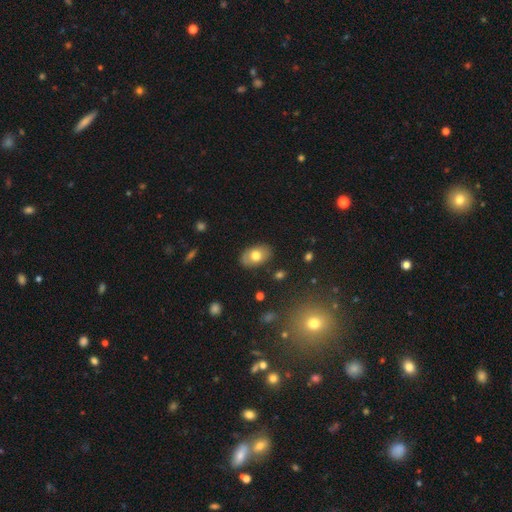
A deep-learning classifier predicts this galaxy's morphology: A smooth galaxy with no disk features (73%) that is in between round and cigar-shaped (89%).

Vote fractions:
- Smooth or featured? smooth: 73% / featured or disk: 20% / star or artifact: 8%
- How rounded? in between: 89% / round: 10% / cigar-shaped: 1%
- Merging? none: 84% / minor disturbance: 12% / major disturbance: 3% / merger: 2%